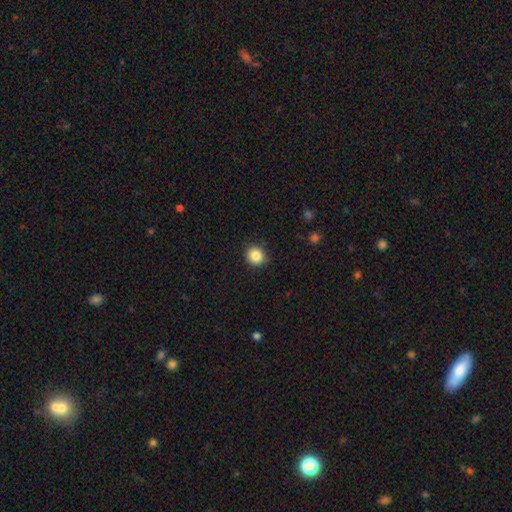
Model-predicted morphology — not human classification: Smooth or featured?
  - smooth: 86% *
  - star or artifact: 10%
  - featured or disk: 5%
How rounded?
  - round: 90% *
  - in between: 9%
  - cigar-shaped: 1%
Merging?
  - none: 89% *
  - minor disturbance: 8%
  - major disturbance: 2%
  - merger: 1%